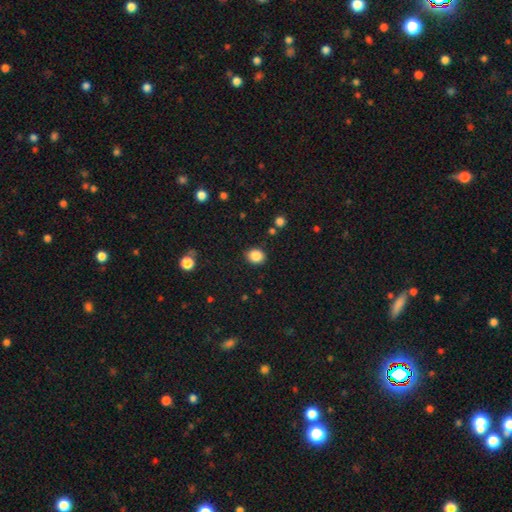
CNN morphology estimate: A smooth galaxy with no disk features (87%) that is round (61%). Merging: none (88%).